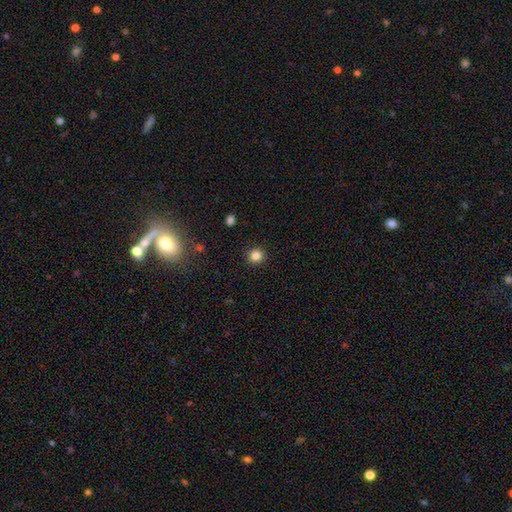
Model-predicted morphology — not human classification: The model was most divided on "smooth or featured": smooth: 83%, star or artifact: 12%, featured or disk: 4%. More confident: how rounded — round (93%); merging — none (92%).